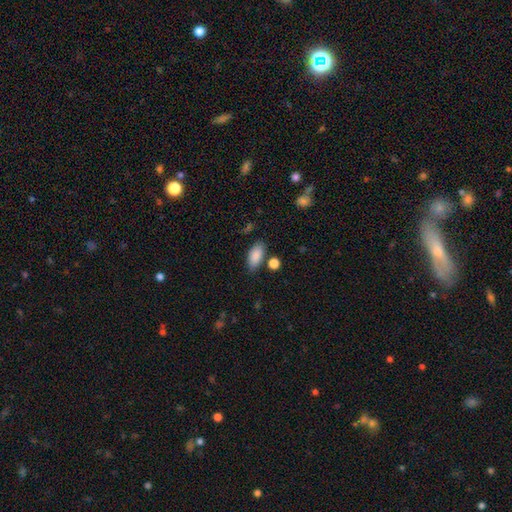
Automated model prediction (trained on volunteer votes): Smooth or featured? smooth (88%)
How rounded? in between (90%)
Merging? none (78%)